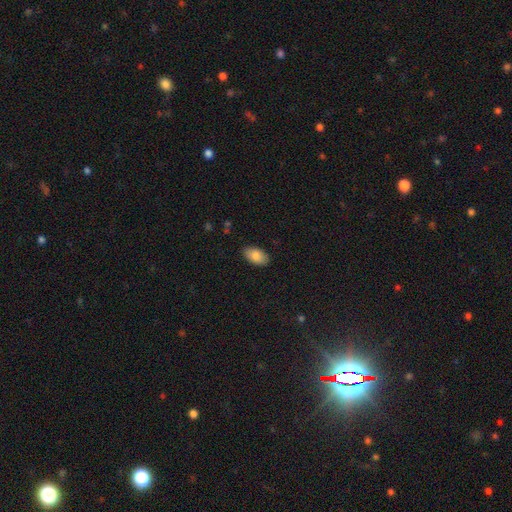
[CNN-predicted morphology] A smooth galaxy with no disk features (85%) that is in between round and cigar-shaped (94%). Merging: none (87%).